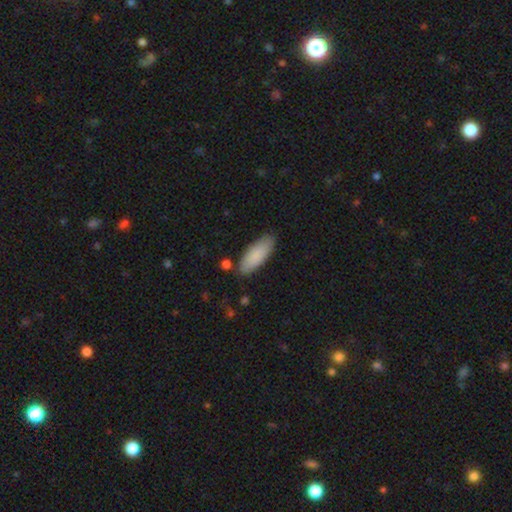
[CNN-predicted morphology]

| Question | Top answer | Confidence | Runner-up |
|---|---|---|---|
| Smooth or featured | smooth | 87% | featured or disk (8%) |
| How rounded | in between | 72% | cigar-shaped (26%) |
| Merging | none | 82% | minor disturbance (13%) |